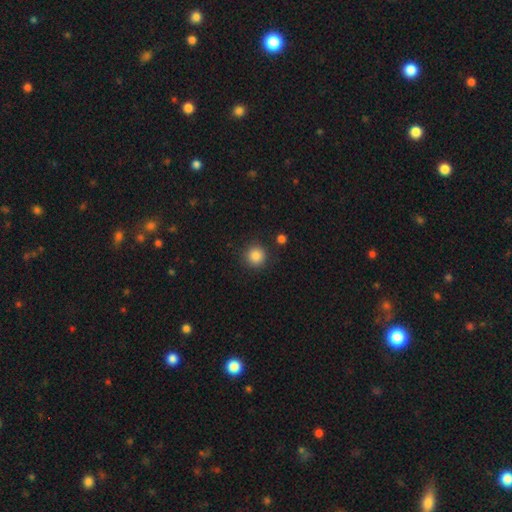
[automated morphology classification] type=smooth (86%); roundness=round (94%); merging=none (88%).